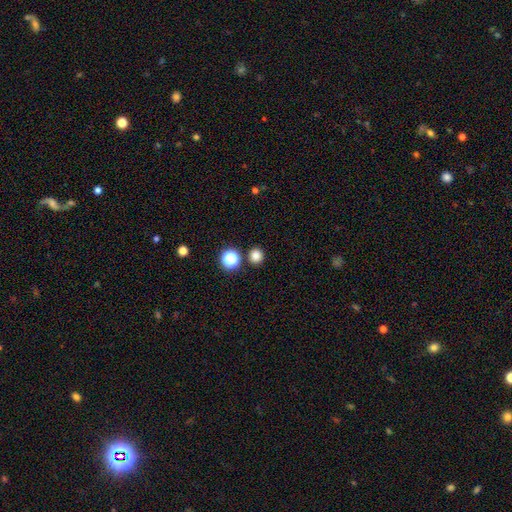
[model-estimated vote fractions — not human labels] A smooth galaxy with no disk features (81%) that is round (92%). Merging: none (87%).